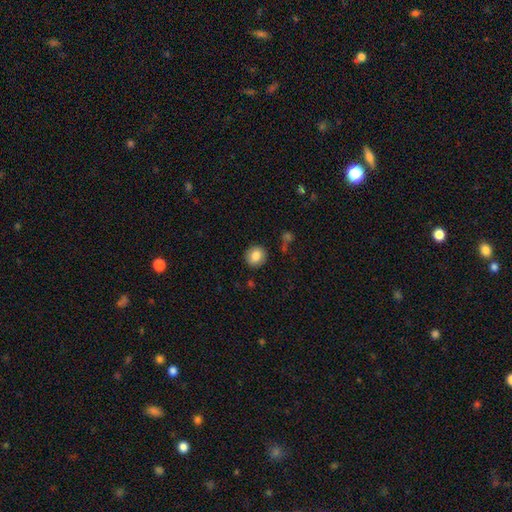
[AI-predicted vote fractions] Smooth or featured: smooth — 83% (featured or disk — 9%)
How rounded: round — 78% (in between — 21%)
Merging: none — 87% (minor disturbance — 9%)